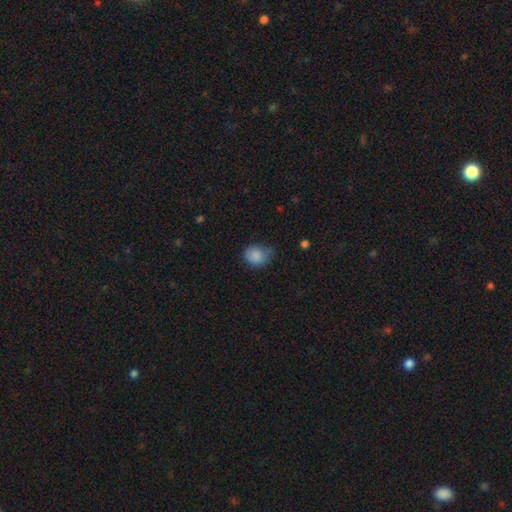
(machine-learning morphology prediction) Q: Smooth or featured?
A: smooth (86%); runner-up: star or artifact (9%)
Q: How rounded?
A: round (63%); runner-up: in between (37%)
Q: Merging?
A: none (55%); runner-up: minor disturbance (34%)